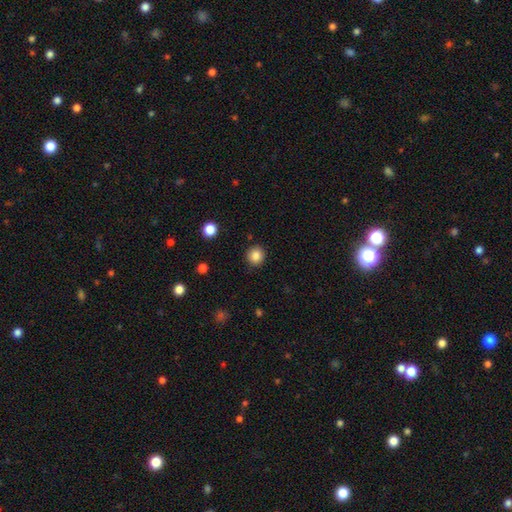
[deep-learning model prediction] Smooth or featured? smooth (85%)
How rounded? round (91%)
Merging? none (91%)